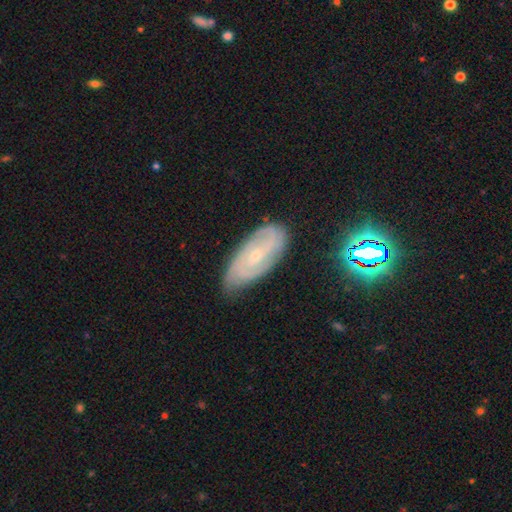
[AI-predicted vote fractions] featured or disk 76%, smooth 15%, star or artifact 9%. Down the decision tree: edge-on disk — no (93%); bar — no (57%); spiral arms — yes (93%); spiral arm count — 2 (35%); spiral winding — tight (61%); bulge size — small (77%); merging — none (73%).